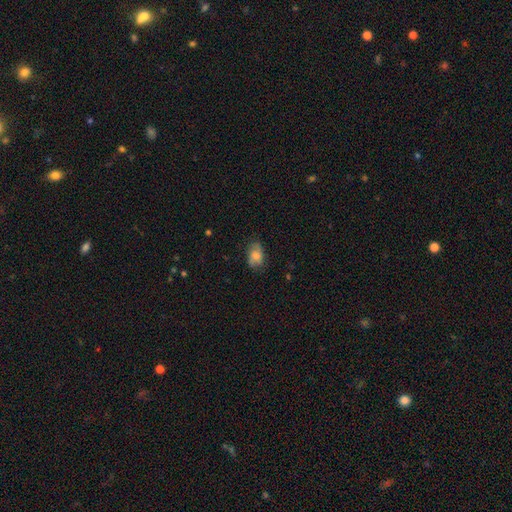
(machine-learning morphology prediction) Q: Smooth or featured?
A: smooth (69%); runner-up: featured or disk (22%)
Q: How rounded?
A: in between (85%); runner-up: round (13%)
Q: Merging?
A: none (68%); runner-up: minor disturbance (24%)